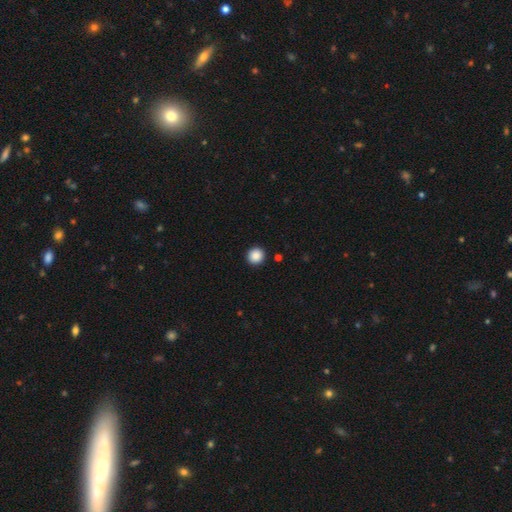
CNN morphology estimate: Overall: smooth (88%). How rounded: round (94%). Merging: none (93%).